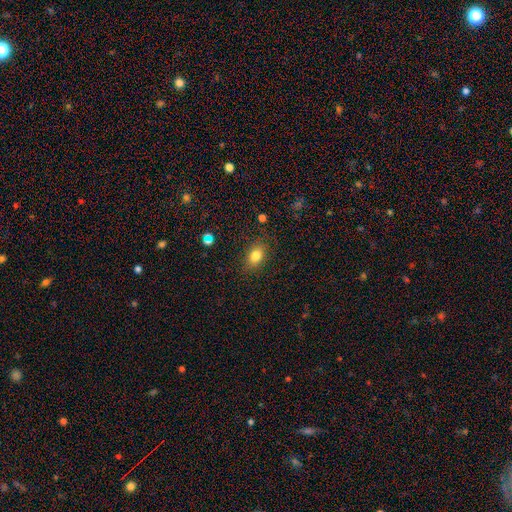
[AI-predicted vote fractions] smooth-or-featured: smooth: 81% | star or artifact: 10% | featured or disk: 9%
  how-rounded: in between: 79% | round: 18% | cigar-shaped: 2%
  merging: none: 84% | minor disturbance: 11% | major disturbance: 3% | merger: 1%